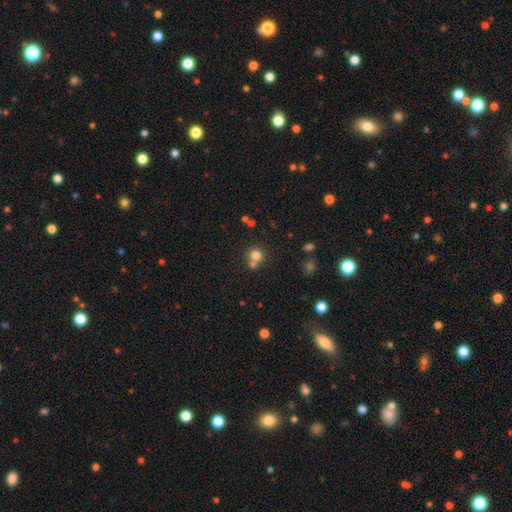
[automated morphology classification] A smooth galaxy with no disk features (74%) that is round (86%). Merging: none (48%).